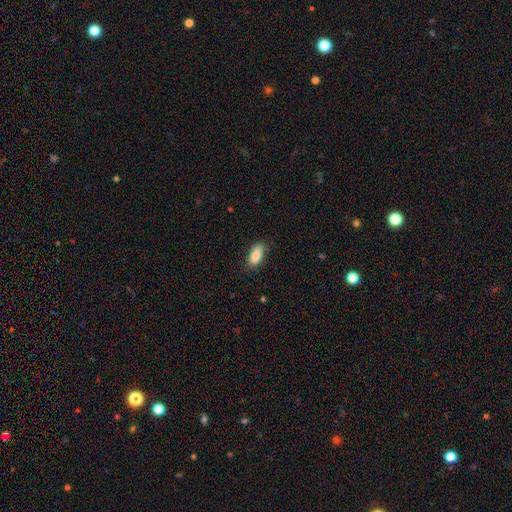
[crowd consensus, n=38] Smooth or featured? smooth (92%)
How rounded? in between (86%)
Merging? none (63%)